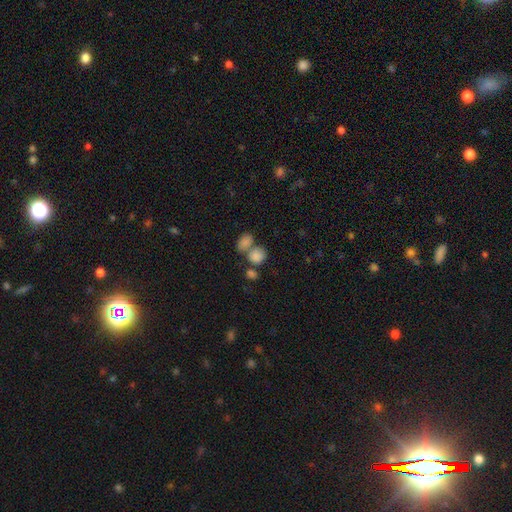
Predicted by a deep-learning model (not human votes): This is clearly a smooth galaxy (82%). How rounded: likely round (67%). Merging: marginally merger (45%).